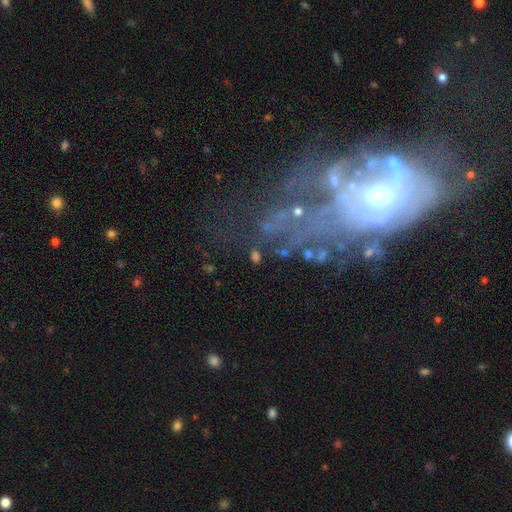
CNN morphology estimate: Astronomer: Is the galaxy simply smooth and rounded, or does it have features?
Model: smooth — 38% (runner-up: featured or disk, 34%).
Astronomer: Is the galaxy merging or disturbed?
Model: none — 58%.